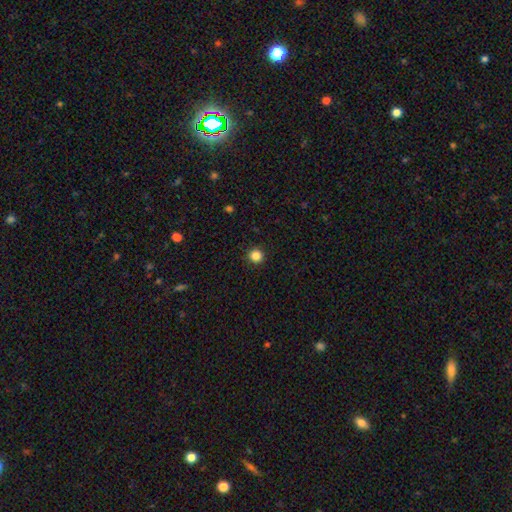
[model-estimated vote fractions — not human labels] smooth-or-featured: smooth: 85% | star or artifact: 11% | featured or disk: 3%
  how-rounded: round: 95% | in between: 4% | cigar-shaped: 1%
  merging: none: 93% | minor disturbance: 5% | major disturbance: 2% | merger: 1%